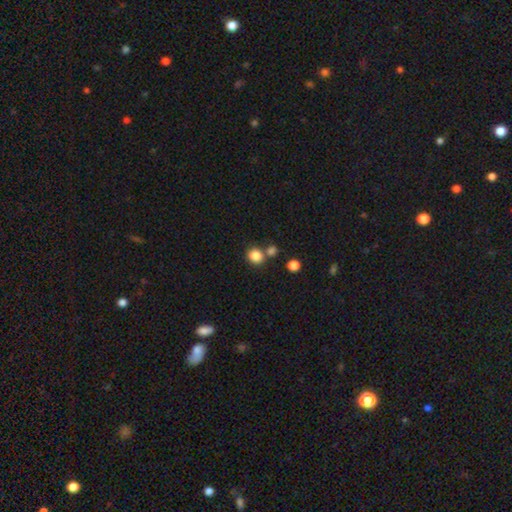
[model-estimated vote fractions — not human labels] Smooth or featured? smooth (84%)
How rounded? round (79%)
Merging? none (66%)